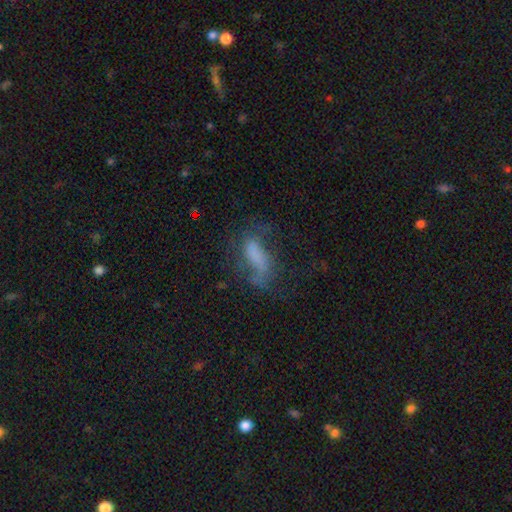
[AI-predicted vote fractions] featured or disk 43% (tied), smooth 43% (tied), star or artifact 14%. Down the decision tree: merging — none (39%).